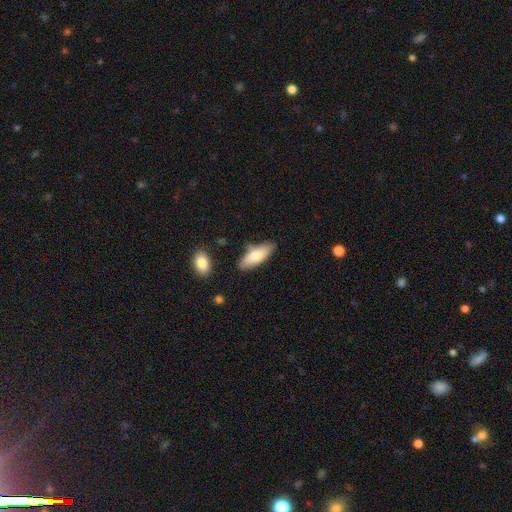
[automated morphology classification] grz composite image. It shows a smooth galaxy with no disk features (77%) that is in between round and cigar-shaped (68%). Merging: none (74%).